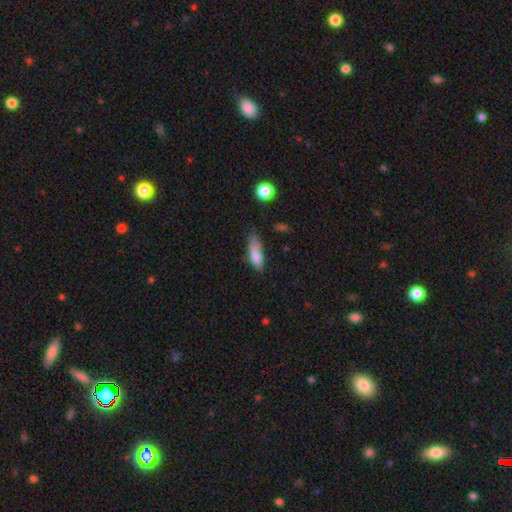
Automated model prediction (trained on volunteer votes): Q: Smooth or featured?
A: smooth (79%); runner-up: featured or disk (13%)
Q: How rounded?
A: in between (53%); runner-up: cigar-shaped (44%)
Q: Merging?
A: none (40%); runner-up: minor disturbance (39%)